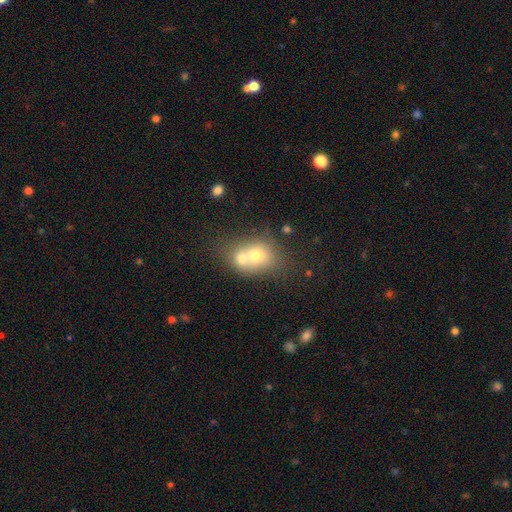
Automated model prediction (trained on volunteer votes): This appears to be a smooth galaxy with no disk features (65%) that is round (56%). Merging: merger (66%).